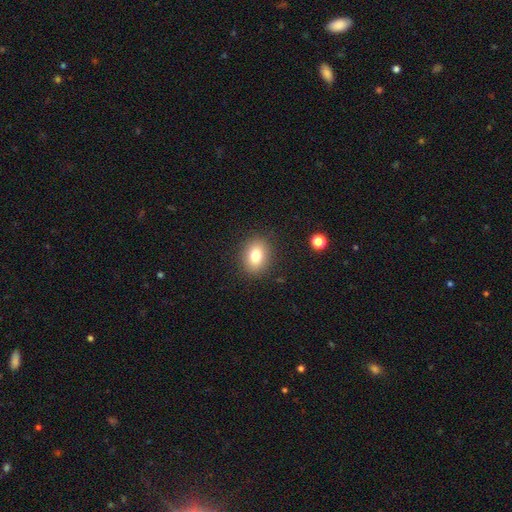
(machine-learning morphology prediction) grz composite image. It shows a smooth galaxy with no disk features (79%) that is in between round and cigar-shaped (60%). Merging: none (88%).